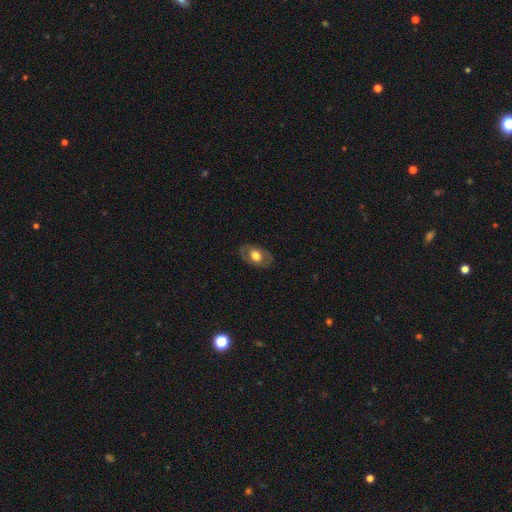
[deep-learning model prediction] Smooth or featured? smooth (53%)
How rounded? in between (81%)
Merging? none (80%)